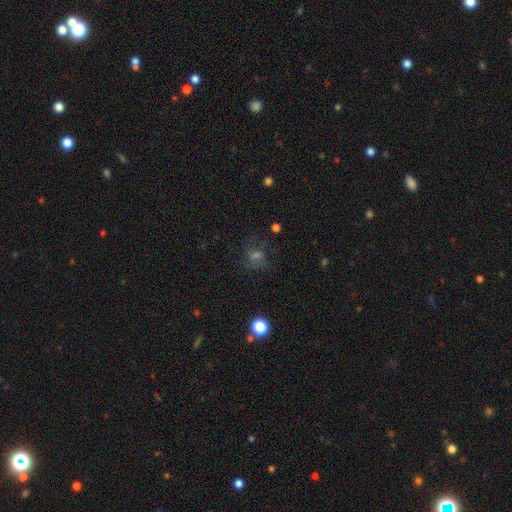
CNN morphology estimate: Smooth or featured? featured or disk (40%)
Merging? none (65%)